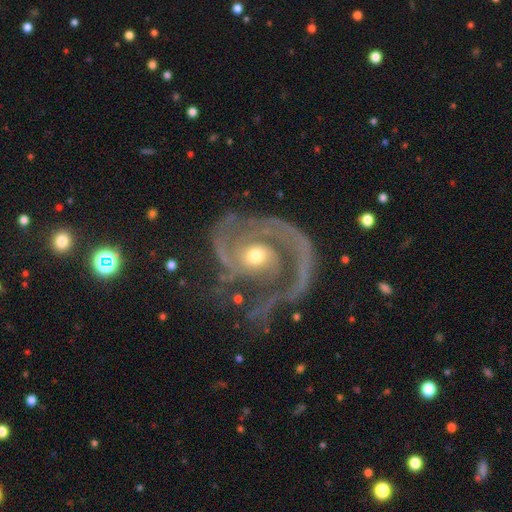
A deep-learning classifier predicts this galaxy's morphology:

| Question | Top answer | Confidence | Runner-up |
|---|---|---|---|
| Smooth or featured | featured or disk | 91% | star or artifact (4%) |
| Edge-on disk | no | 98% | yes (2%) |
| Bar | no | 66% | weak (25%) |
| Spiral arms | yes | 97% | no (3%) |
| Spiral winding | medium | 45% | tight (34%) |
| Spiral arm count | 2 | 55% | 1 (17%) |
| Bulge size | moderate | 58% | small (35%) |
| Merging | none | 43% | major disturbance (35%) |